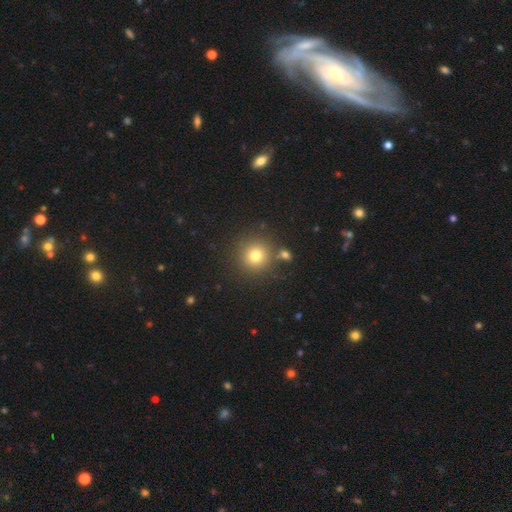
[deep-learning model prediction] Morphology: type=smooth (78%); roundness=round (93%); merging=none (82%).